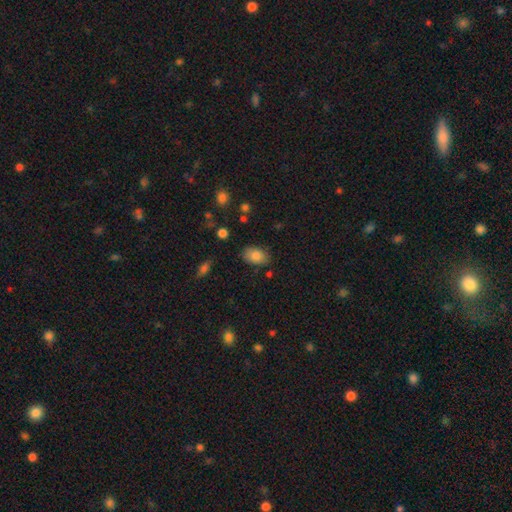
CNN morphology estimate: Smooth or featured: smooth — 83% (featured or disk — 9%)
How rounded: in between — 88% (round — 10%)
Merging: none — 82% (minor disturbance — 13%)